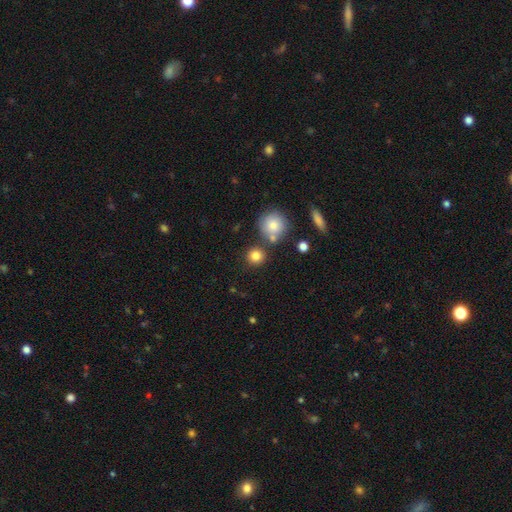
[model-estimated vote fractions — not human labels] This appears to be a smooth galaxy with no disk features (82%) that is round (90%). Merging: none (76%).